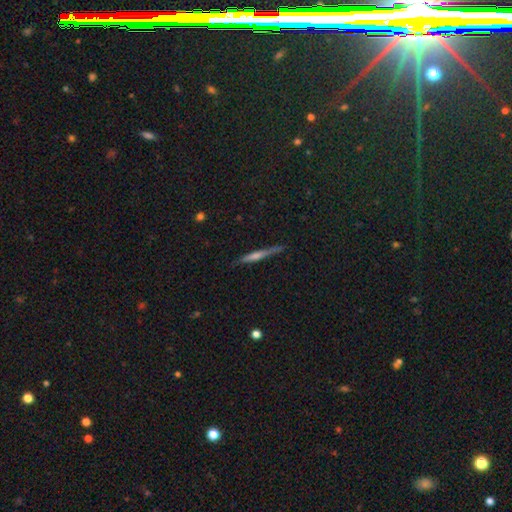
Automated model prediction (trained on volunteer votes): This is likely a featured or disk galaxy (64%). It is clearly viewed edge-on (97%). Edge-on bulge: likely rounded (63%). Merging: clearly none (88%).